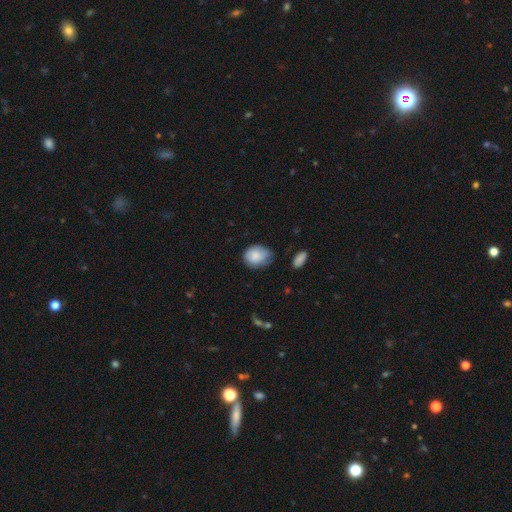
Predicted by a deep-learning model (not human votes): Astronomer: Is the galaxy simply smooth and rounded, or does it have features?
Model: smooth — 82%.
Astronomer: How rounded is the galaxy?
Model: in between — 57% (runner-up: round, 42%).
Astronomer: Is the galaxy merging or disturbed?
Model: none — 52% (runner-up: minor disturbance, 37%).